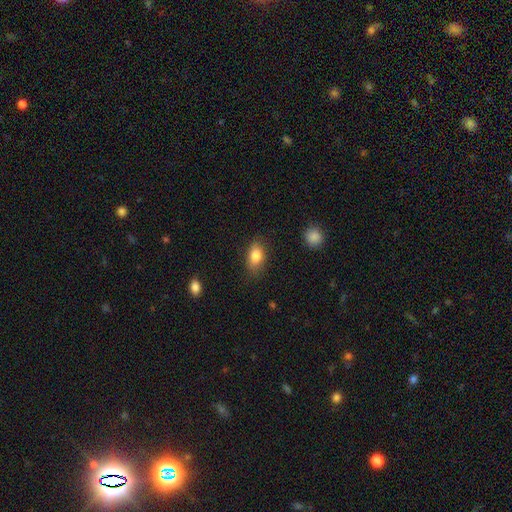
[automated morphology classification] Q: Smooth or featured?
A: smooth (83%); runner-up: featured or disk (9%)
Q: How rounded?
A: in between (85%); runner-up: round (11%)
Q: Merging?
A: none (81%); runner-up: minor disturbance (14%)